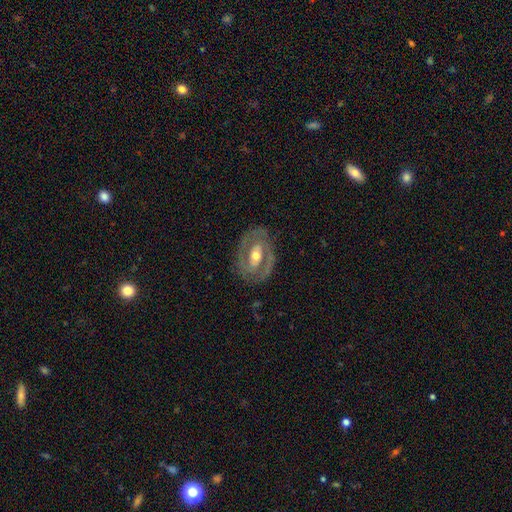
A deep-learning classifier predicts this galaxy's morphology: smooth_or_featured: featured or disk (p=0.80) [alt: smooth p=0.15]
disk_edge_on: no (p=0.95) [alt: yes p=0.05]
bar: no (p=0.37) [alt: weak p=0.36]
has_spiral_arms: yes (p=0.77) [alt: no p=0.23]
spiral_winding: tight (p=0.48) [alt: medium p=0.40]
spiral_arm_count: 2 (p=0.82) [alt: can't tell p=0.10]
bulge_size: moderate (p=0.69) [alt: small p=0.20]
merging: none (p=0.80) [alt: minor disturbance p=0.13]